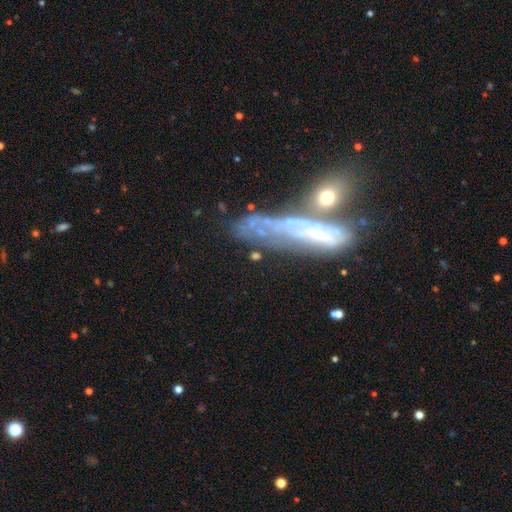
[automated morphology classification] Smooth or featured: featured or disk — 46% (smooth — 34%)
Merging: none — 48% (major disturbance — 18%)